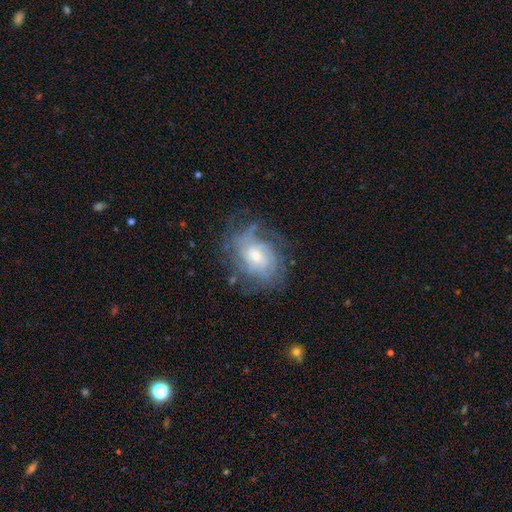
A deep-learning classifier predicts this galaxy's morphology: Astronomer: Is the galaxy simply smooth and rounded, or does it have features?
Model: featured or disk — 78%.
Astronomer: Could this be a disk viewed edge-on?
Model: no — 97%.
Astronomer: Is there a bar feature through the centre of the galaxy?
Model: no — 60%.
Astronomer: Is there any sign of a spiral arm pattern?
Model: yes — 87%.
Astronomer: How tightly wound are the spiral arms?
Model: tight — 58%.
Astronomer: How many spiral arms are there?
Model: can't tell — 54%.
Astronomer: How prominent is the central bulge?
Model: moderate — 52% (runner-up: small, 40%).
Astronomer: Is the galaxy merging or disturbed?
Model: none — 64%.